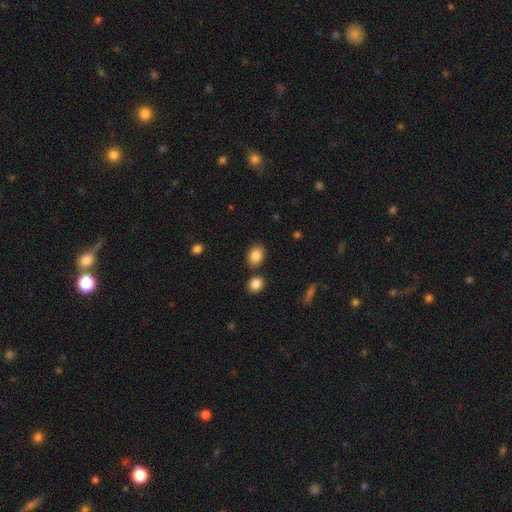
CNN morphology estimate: Overall: smooth (86%). How rounded: in between (66%; round 33%). Merging: none (80%).